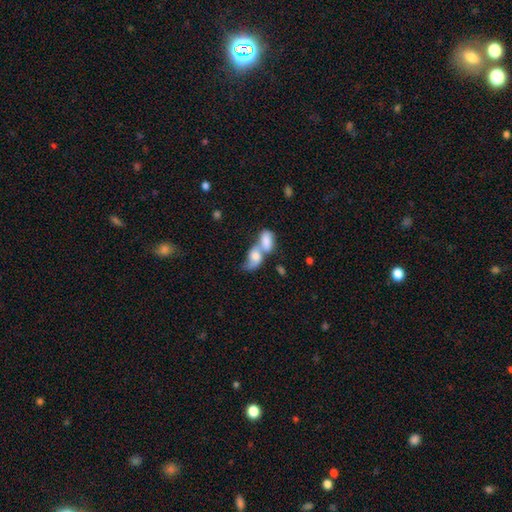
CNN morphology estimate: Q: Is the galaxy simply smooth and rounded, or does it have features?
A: smooth — 60%.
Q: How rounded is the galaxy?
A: in between — 80%.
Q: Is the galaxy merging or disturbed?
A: merger — 79%.